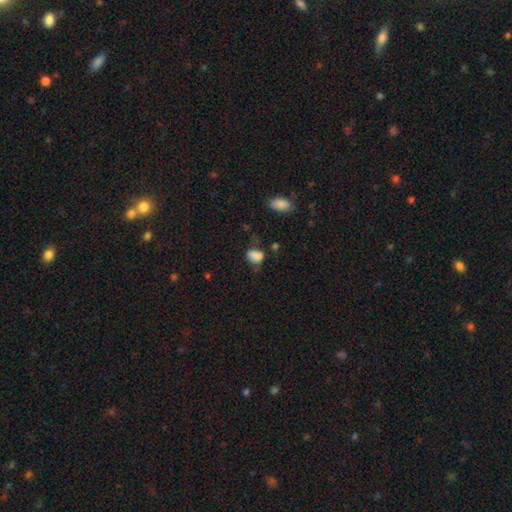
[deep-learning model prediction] Smooth or featured?
  - smooth: 81% *
  - star or artifact: 12%
  - featured or disk: 8%
How rounded?
  - in between: 70% *
  - round: 29%
  - cigar-shaped: 1%
Merging?
  - none: 48% *
  - minor disturbance: 30%
  - major disturbance: 15%
  - merger: 7%